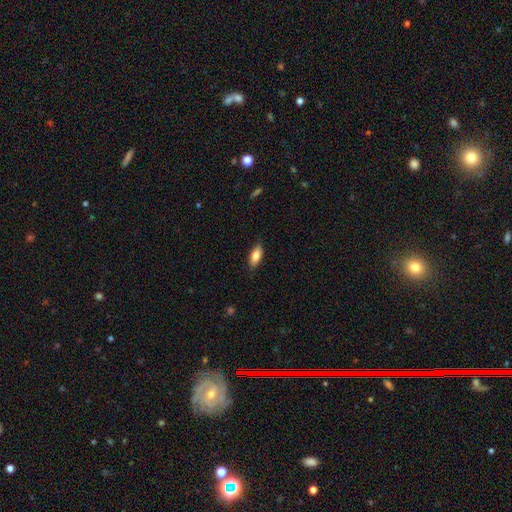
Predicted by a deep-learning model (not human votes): Overall: smooth (79%). How rounded: in between (76%). Merging: none (84%).